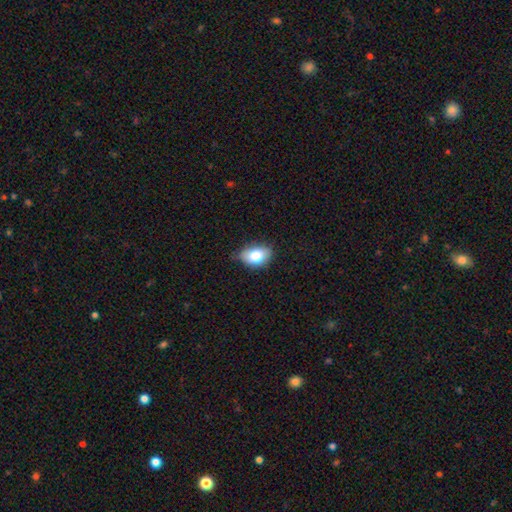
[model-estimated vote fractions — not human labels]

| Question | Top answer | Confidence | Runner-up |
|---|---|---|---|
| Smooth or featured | smooth | 79% | featured or disk (12%) |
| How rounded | in between | 78% | round (20%) |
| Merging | none | 63% | minor disturbance (30%) |